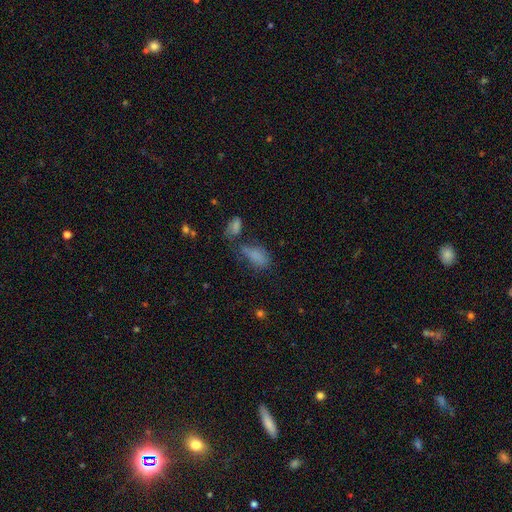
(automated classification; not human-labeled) The model was most divided on "merging": none: 31%, merger: 30%, major disturbance: 20%, minor disturbance: 19%. More confident: how rounded — in between (87%); smooth or featured — smooth (75%).